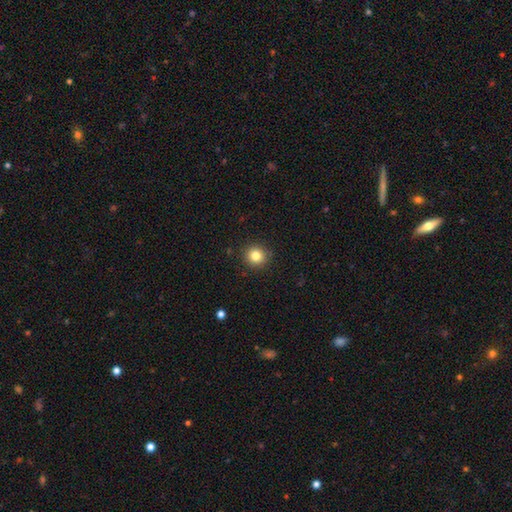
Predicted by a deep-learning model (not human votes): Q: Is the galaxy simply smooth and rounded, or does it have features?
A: smooth — 82%.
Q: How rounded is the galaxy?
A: round — 93%.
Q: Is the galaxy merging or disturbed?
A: none — 90%.